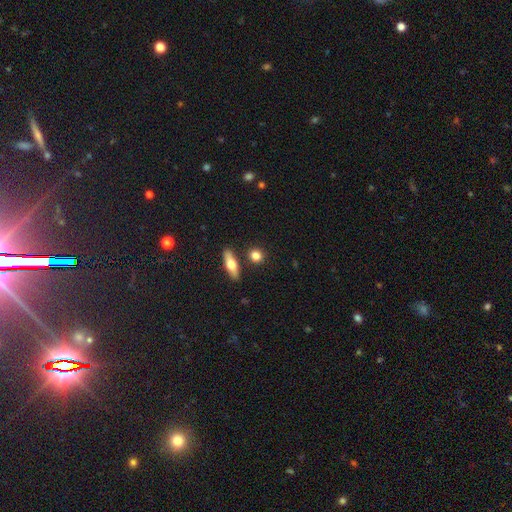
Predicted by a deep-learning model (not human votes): Smooth or featured?
  - smooth: 78% *
  - featured or disk: 14%
  - star or artifact: 8%
How rounded?
  - round: 64% *
  - in between: 26%
  - cigar-shaped: 10%
Merging?
  - none: 81% *
  - minor disturbance: 8%
  - merger: 8%
  - major disturbance: 3%